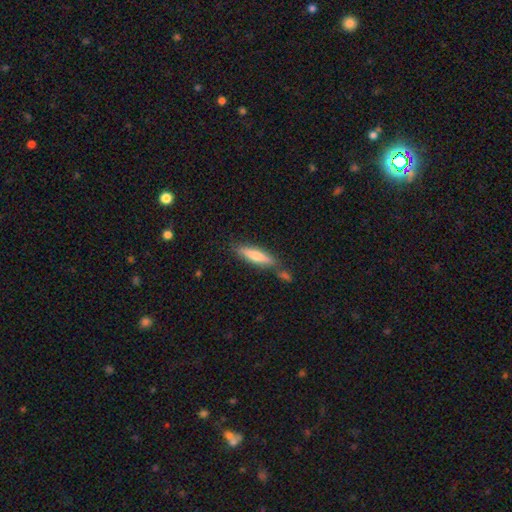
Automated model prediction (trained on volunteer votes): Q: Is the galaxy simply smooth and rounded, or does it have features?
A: smooth — 65%.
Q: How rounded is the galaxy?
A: cigar-shaped — 78%.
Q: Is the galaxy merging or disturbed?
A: none — 71%.